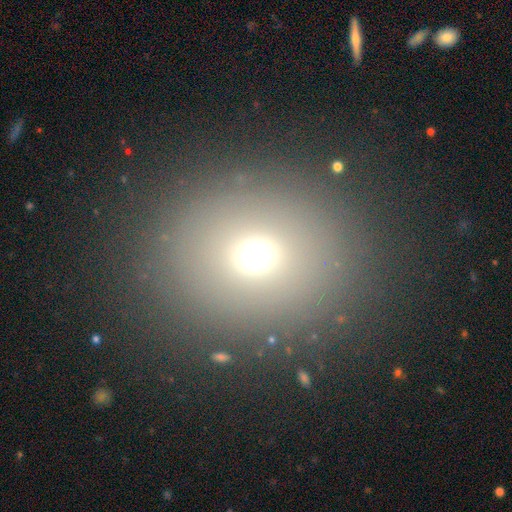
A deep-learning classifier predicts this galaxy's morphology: This appears to be a smooth galaxy with no disk features (66%) that is round (69%). Merging: none (85%).